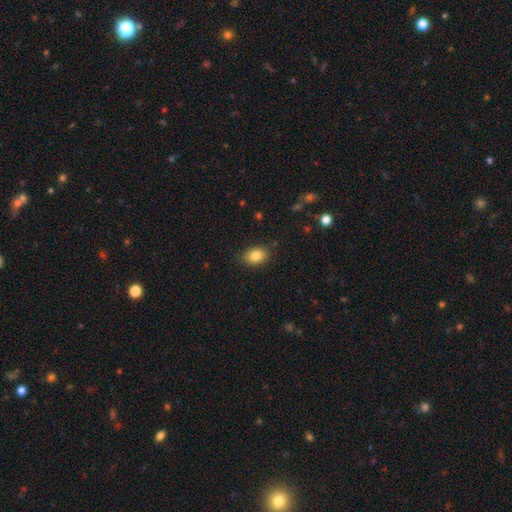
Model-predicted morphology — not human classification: Smooth or featured? smooth (84%)
How rounded? in between (79%)
Merging? none (85%)